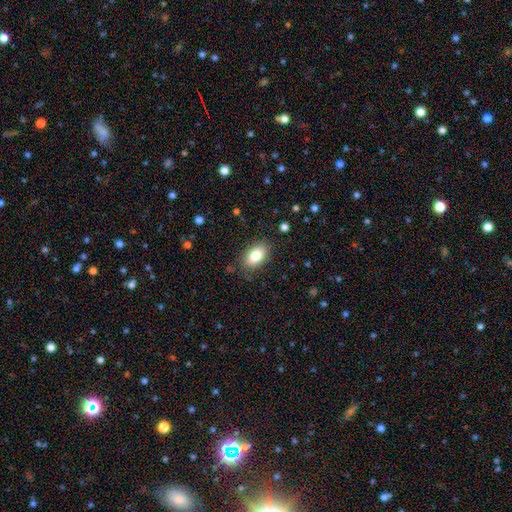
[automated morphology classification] This is clearly a smooth galaxy (82%). How rounded: clearly in between (90%). Merging: clearly none (84%).